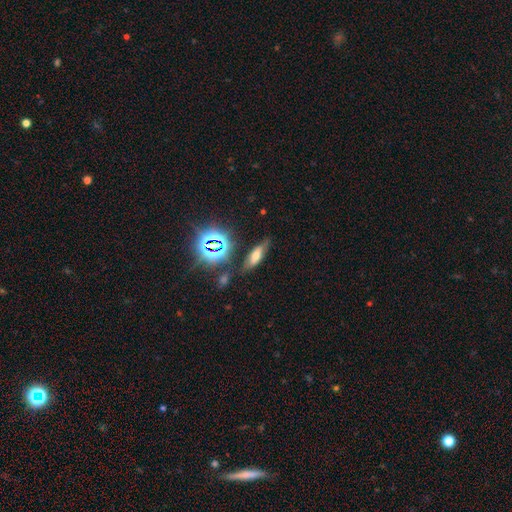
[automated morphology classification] smooth 52%, featured or disk 25%, star or artifact 23%. Down the decision tree: how rounded — in between (59%); merging — none (72%).